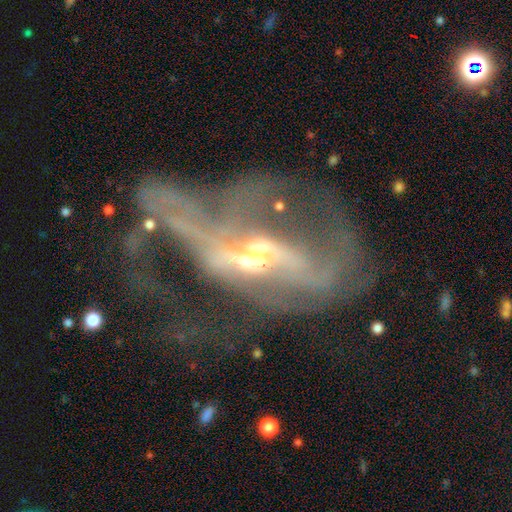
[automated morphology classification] Smooth or featured?
  - featured or disk: 79% *
  - star or artifact: 11%
  - smooth: 10%
Edge-on disk?
  - no: 91% *
  - yes: 9%
Bar?
  - no: 41% *
  - weak: 34%
  - strong: 25%
Spiral arms?
  - yes: 61% *
  - no: 39%
Bulge size?
  - moderate: 58% *
  - small: 27%
  - large: 9%
  - none: 4%
  - dominant: 2%
Merging?
  - major disturbance: 56% *
  - none: 17%
  - merger: 16%
  - minor disturbance: 11%